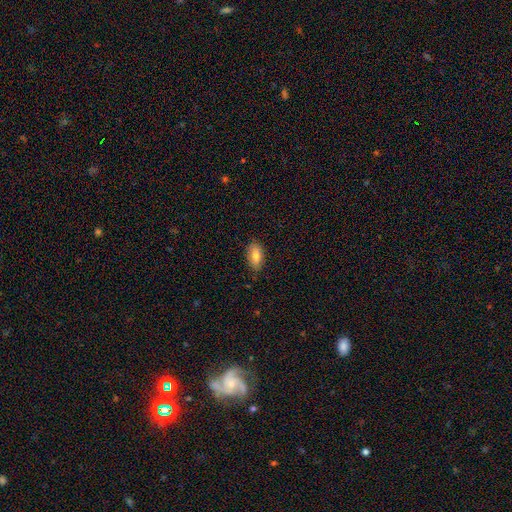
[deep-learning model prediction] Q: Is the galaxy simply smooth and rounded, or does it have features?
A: smooth — 79%.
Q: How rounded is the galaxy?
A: in between — 90%.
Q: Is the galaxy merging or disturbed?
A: none — 83%.